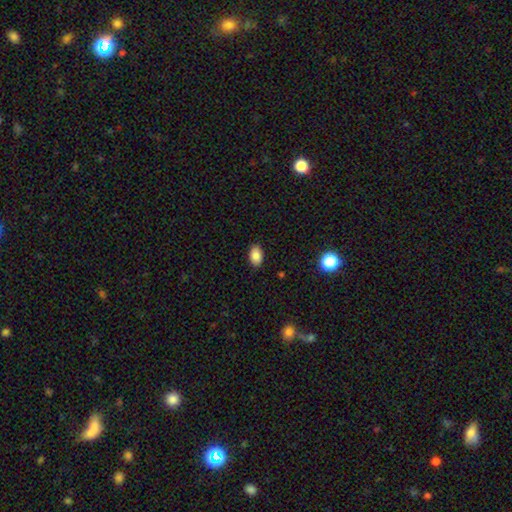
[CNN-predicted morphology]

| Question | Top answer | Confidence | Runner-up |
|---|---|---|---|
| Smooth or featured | smooth | 86% | star or artifact (9%) |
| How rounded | in between | 89% | round (9%) |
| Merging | none | 88% | minor disturbance (9%) |